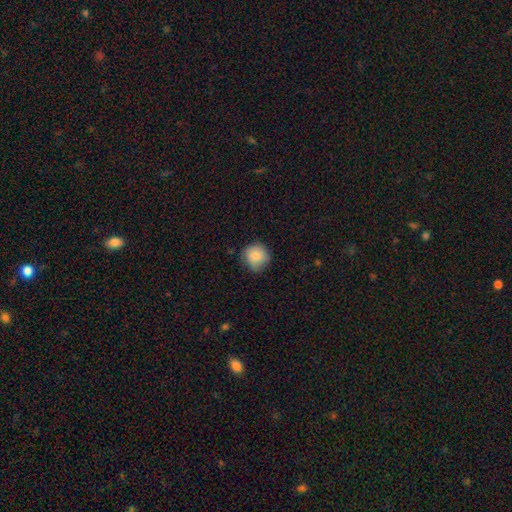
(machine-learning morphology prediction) Smooth or featured? smooth (85%)
How rounded? round (90%)
Merging? none (75%)